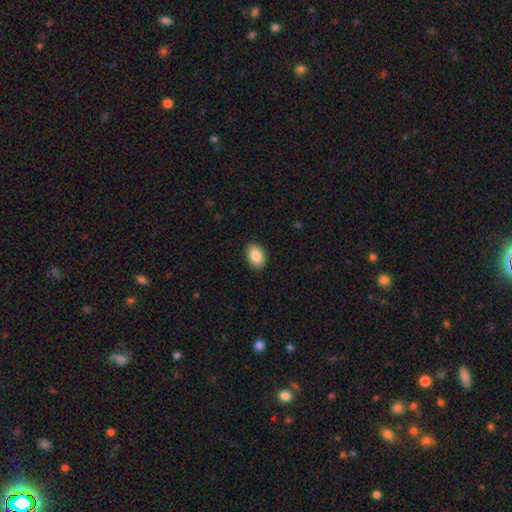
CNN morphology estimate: type=smooth (87%); roundness=in between (82%); merging=none (90%).